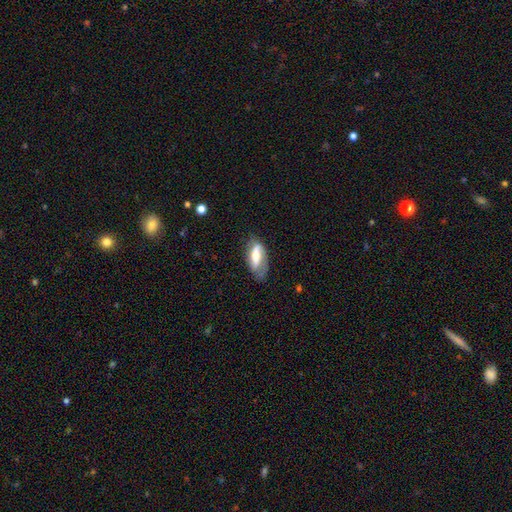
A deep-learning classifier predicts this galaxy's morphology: The model was most divided on "smooth or featured": featured or disk: 52%, smooth: 42%, star or artifact: 7%. More confident: edge-on disk — no (82%); merging — none (59%).